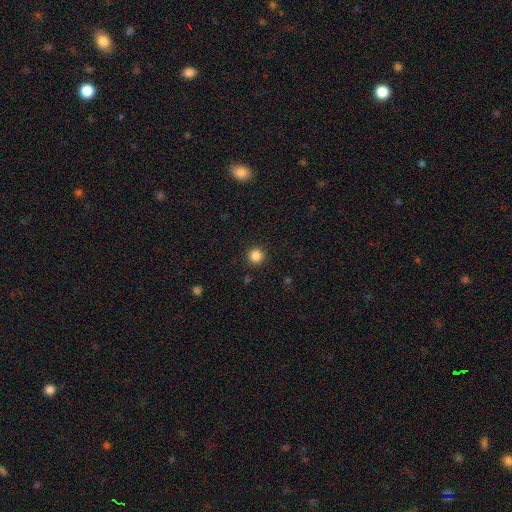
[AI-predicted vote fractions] Q: Smooth or featured?
A: smooth (86%); runner-up: star or artifact (11%)
Q: How rounded?
A: round (96%); runner-up: in between (3%)
Q: Merging?
A: none (92%); runner-up: minor disturbance (5%)